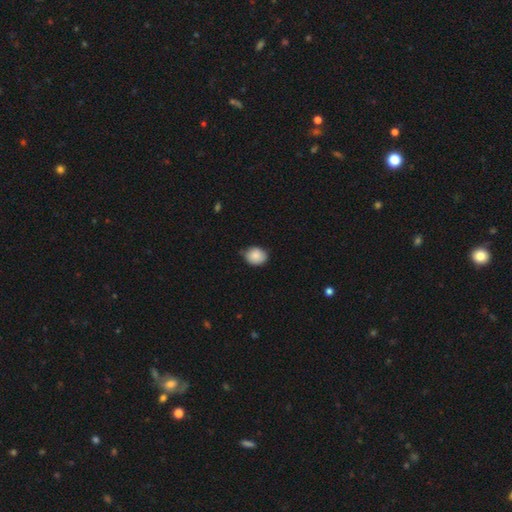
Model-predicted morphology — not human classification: Smooth or featured?
  - smooth: 87% *
  - star or artifact: 8%
  - featured or disk: 5%
How rounded?
  - round: 56% *
  - in between: 43%
  - cigar-shaped: 1%
Merging?
  - none: 68% *
  - minor disturbance: 26%
  - major disturbance: 3%
  - merger: 2%